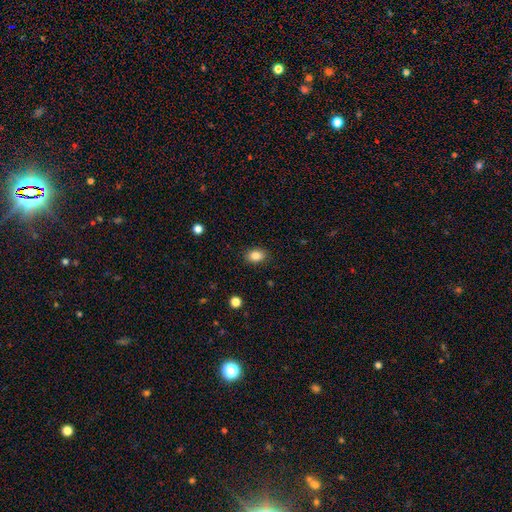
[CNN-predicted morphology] type=smooth (86%); roundness=in between (77%); merging=none (87%).